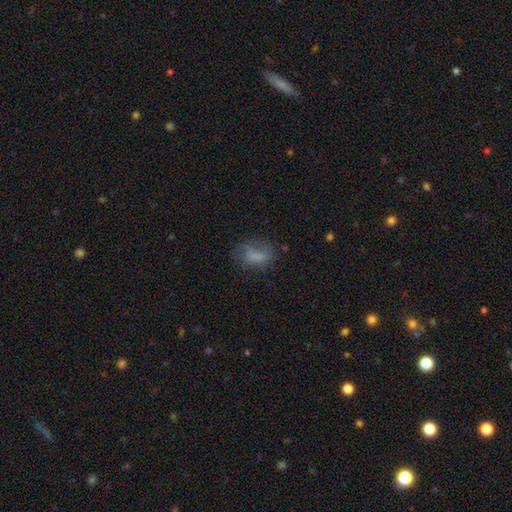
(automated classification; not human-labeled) This is likely a smooth galaxy (62%). How rounded: likely in between (78%). Merging: possibly none (47%).